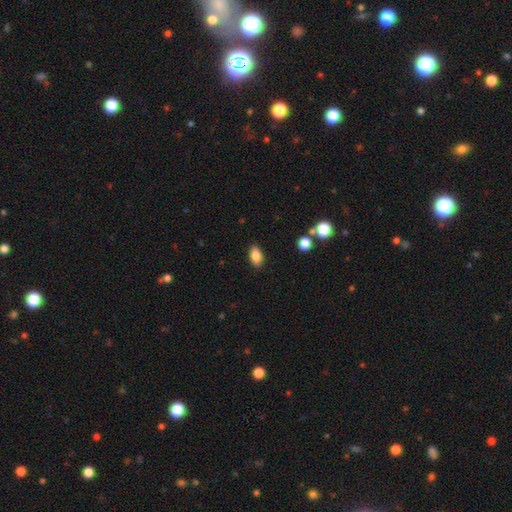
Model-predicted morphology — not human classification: A smooth galaxy with no disk features (83%) that is in between round and cigar-shaped (89%). Merging: none (87%).